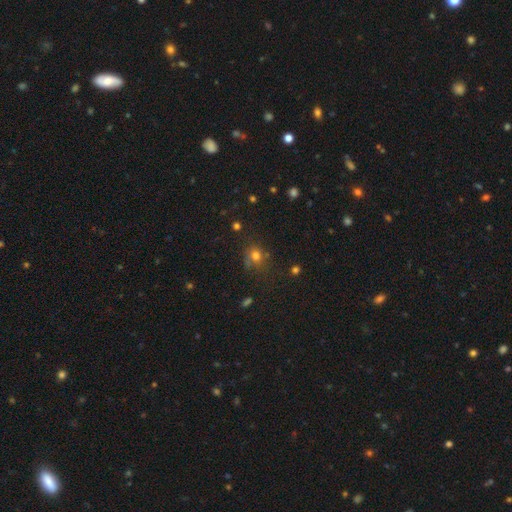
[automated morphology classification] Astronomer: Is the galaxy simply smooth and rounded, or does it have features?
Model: smooth — 73%.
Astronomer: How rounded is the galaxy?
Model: round — 74%.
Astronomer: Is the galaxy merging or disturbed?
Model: none — 65%.